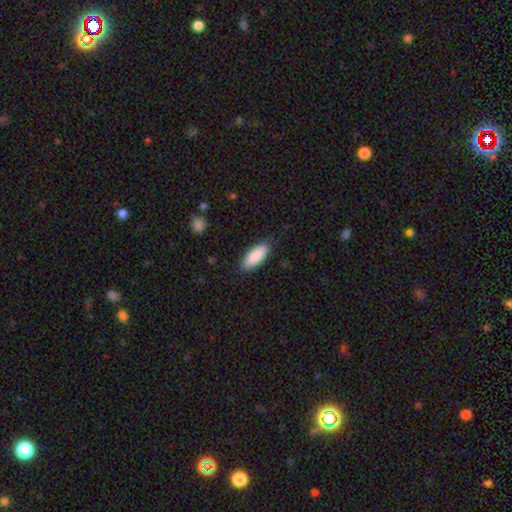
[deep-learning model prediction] Smooth or featured?
  - smooth: 89% *
  - star or artifact: 6%
  - featured or disk: 5%
How rounded?
  - in between: 75% *
  - cigar-shaped: 24%
  - round: 2%
Merging?
  - none: 86% *
  - minor disturbance: 11%
  - major disturbance: 2%
  - merger: 1%